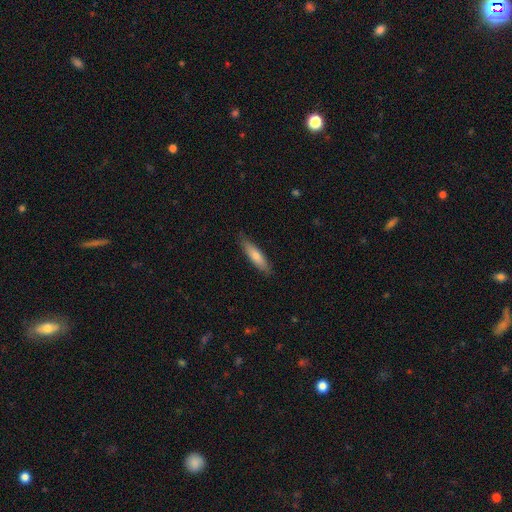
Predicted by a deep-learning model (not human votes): smooth_or_featured: smooth (p=0.64) [alt: featured or disk p=0.30]
how_rounded: cigar-shaped (p=0.79) [alt: in between p=0.19]
merging: none (p=0.87) [alt: minor disturbance p=0.10]